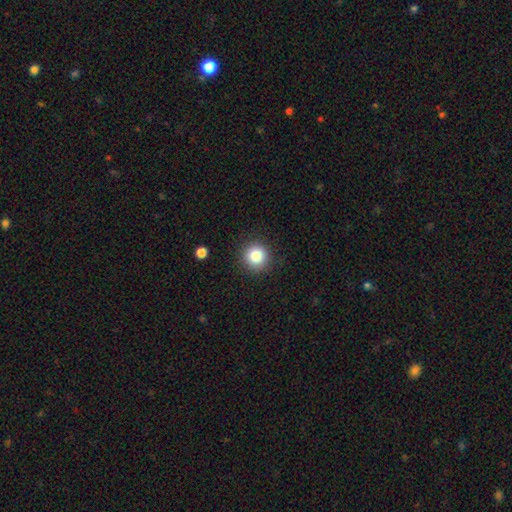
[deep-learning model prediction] Smooth or featured? Predicted: smooth (p=0.82). How rounded? Predicted: round (p=0.94). Merging? Predicted: none (p=0.90).